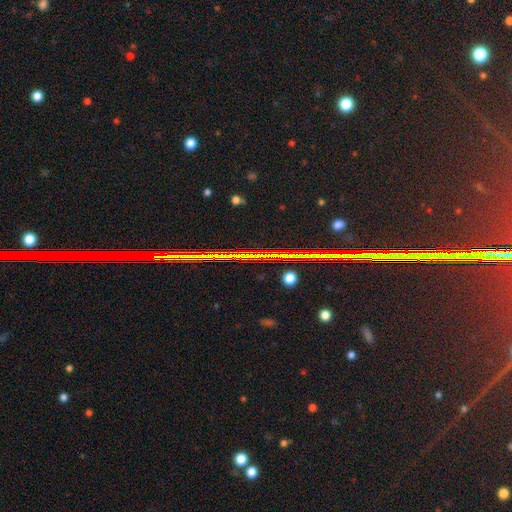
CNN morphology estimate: This is likely a star or artifact rather than a galaxy (72%).